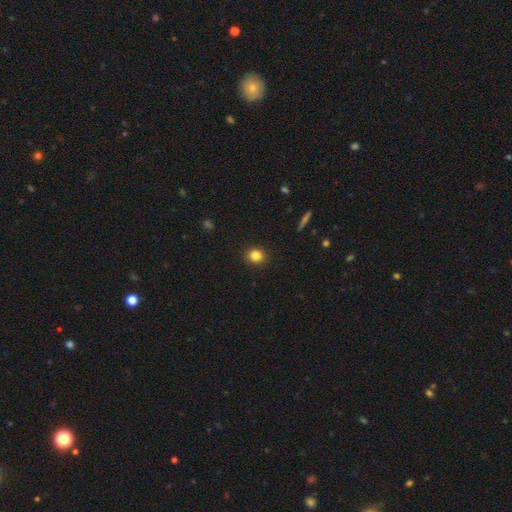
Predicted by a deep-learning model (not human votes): Smooth or featured?
  - smooth: 83% *
  - star or artifact: 11%
  - featured or disk: 6%
How rounded?
  - round: 81% *
  - in between: 18%
  - cigar-shaped: 1%
Merging?
  - none: 91% *
  - minor disturbance: 6%
  - major disturbance: 2%
  - merger: 1%